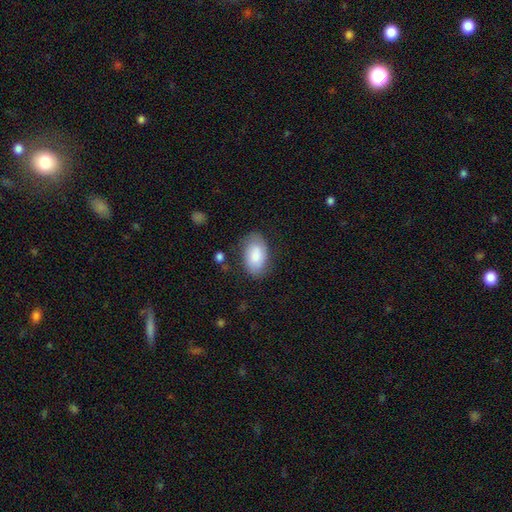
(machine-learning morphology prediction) Smooth or featured? Predicted: smooth (p=0.80). How rounded? Predicted: in between (p=0.93). Merging? Predicted: none (p=0.74).